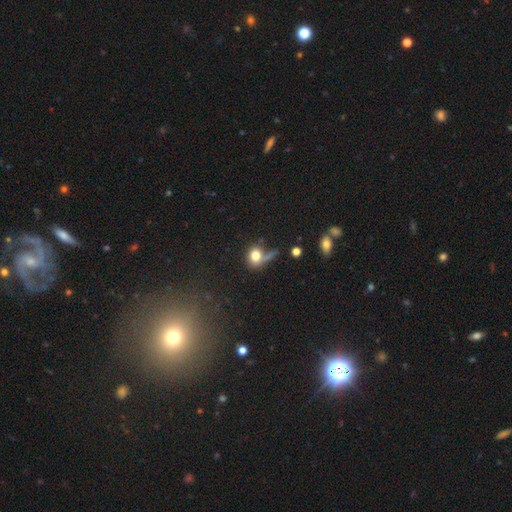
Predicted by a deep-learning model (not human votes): A smooth galaxy with no disk features (75%) that is round (63%).

Vote fractions:
- Smooth or featured? smooth: 75% / featured or disk: 14% / star or artifact: 11%
- How rounded? round: 63% / in between: 35% / cigar-shaped: 2%
- Merging? none: 40% / major disturbance: 23% / minor disturbance: 19% / merger: 18%